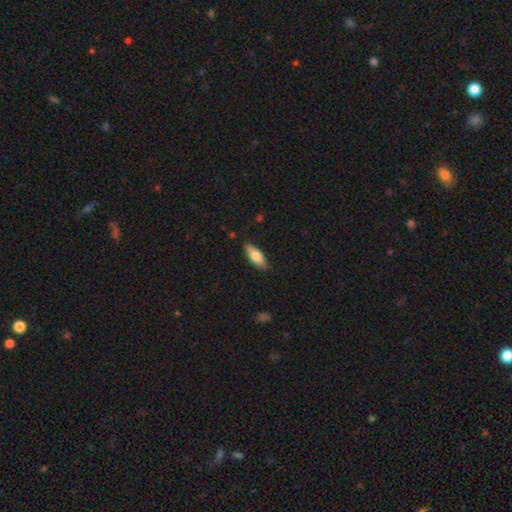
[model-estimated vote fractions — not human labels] The model was most divided on "how rounded": in between: 72%, cigar-shaped: 26%, round: 2%. More confident: merging — none (84%); smooth or featured — smooth (76%).